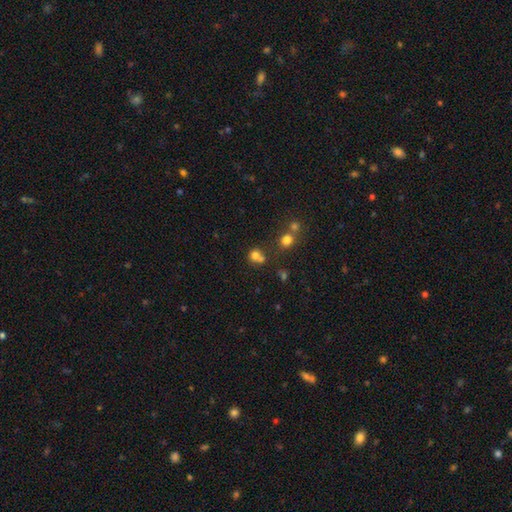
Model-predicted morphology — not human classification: A smooth galaxy with no disk features (74%) that is round (81%).

Vote fractions:
- Smooth or featured? smooth: 74% / star or artifact: 17% / featured or disk: 10%
- How rounded? round: 81% / in between: 18% / cigar-shaped: 1%
- Merging? none: 48% / merger: 38% / minor disturbance: 10% / major disturbance: 5%